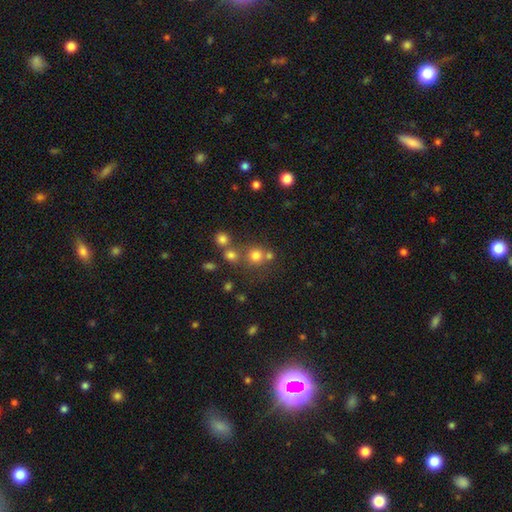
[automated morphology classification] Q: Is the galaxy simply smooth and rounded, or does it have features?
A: smooth — 73%.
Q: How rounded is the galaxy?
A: round — 90%.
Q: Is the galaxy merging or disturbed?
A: none — 61%.